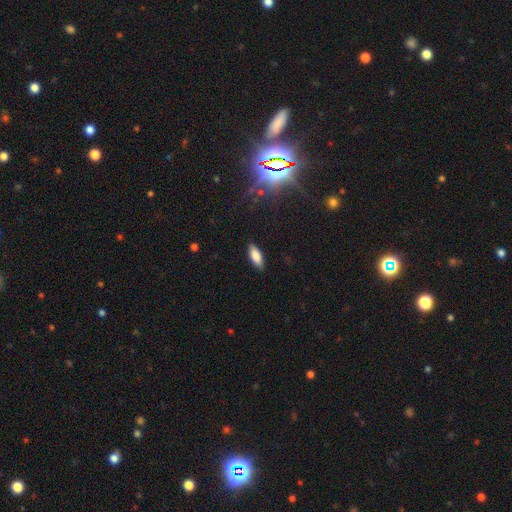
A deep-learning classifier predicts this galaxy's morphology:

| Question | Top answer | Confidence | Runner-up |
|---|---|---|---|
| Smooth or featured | smooth | 80% | featured or disk (13%) |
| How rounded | in between | 73% | cigar-shaped (25%) |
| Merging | none | 88% | minor disturbance (9%) |